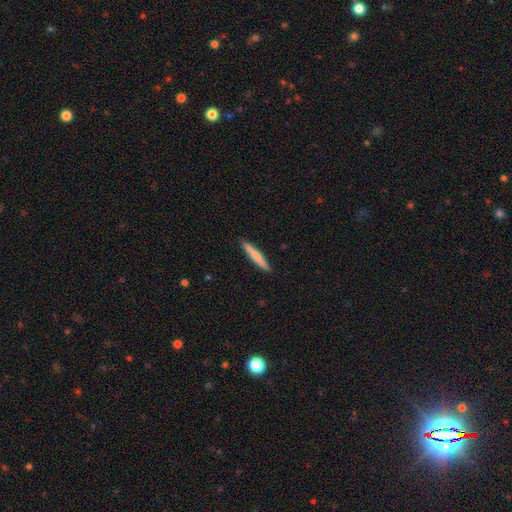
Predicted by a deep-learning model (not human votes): smooth_or_featured: smooth (p=0.67) [alt: featured or disk p=0.28]
how_rounded: cigar-shaped (p=0.95) [alt: in between p=0.04]
merging: none (p=0.92) [alt: minor disturbance p=0.06]